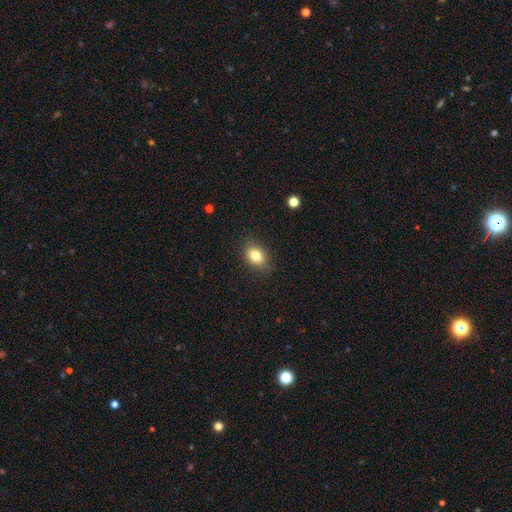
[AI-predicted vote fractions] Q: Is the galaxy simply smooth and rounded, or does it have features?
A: smooth — 82%.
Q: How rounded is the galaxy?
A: in between — 73%.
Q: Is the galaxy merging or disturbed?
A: none — 85%.